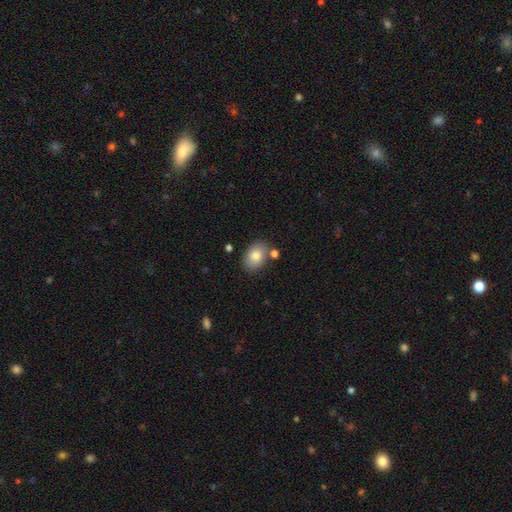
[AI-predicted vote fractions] Smooth or featured? Predicted: smooth (p=0.80). How rounded? Predicted: in between (p=0.85). Merging? Predicted: none (p=0.75).